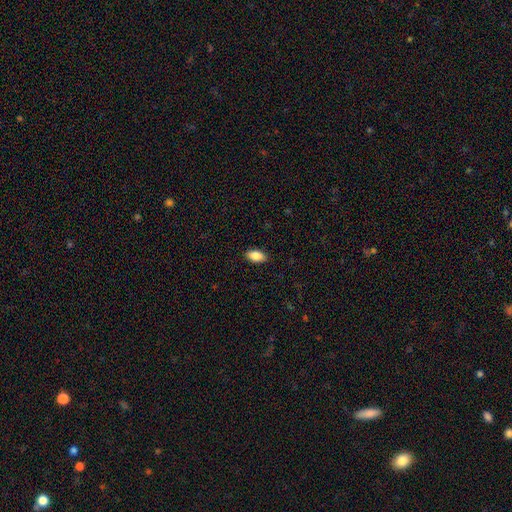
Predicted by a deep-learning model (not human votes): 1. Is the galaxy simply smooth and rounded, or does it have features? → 86% smooth, 7% star or artifact, 6% featured or disk.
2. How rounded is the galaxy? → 91% in between, 6% cigar-shaped, 3% round.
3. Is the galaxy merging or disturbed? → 90% none, 8% minor disturbance, 2% major disturbance, 1% merger.